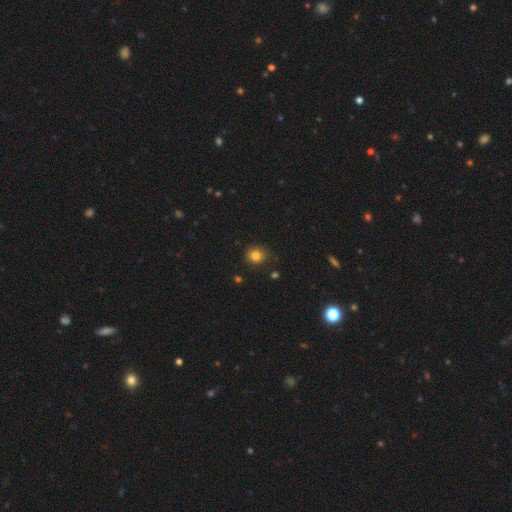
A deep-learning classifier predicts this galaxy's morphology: type=smooth (81%); roundness=round (80%); merging=none (81%).